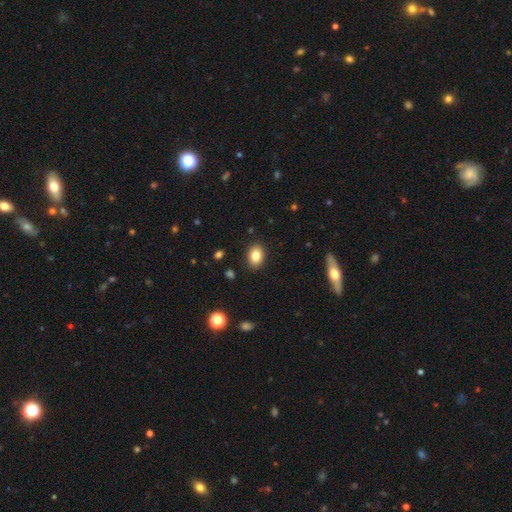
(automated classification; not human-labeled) Smooth or featured: smooth — 83% (star or artifact — 9%)
How rounded: in between — 76% (round — 23%)
Merging: none — 89% (minor disturbance — 8%)